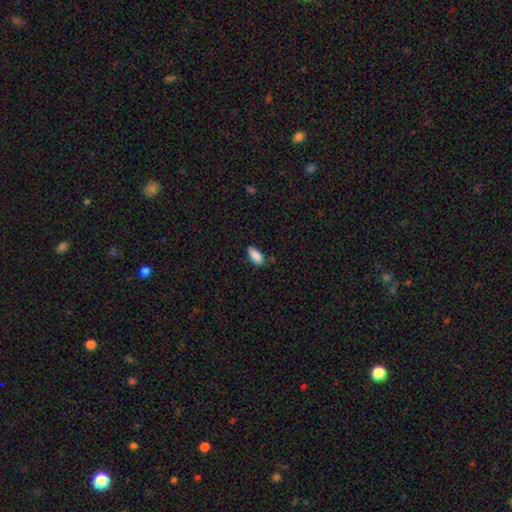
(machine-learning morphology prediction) This is clearly a smooth galaxy (89%). How rounded: clearly in between (87%). Merging: likely none (79%).